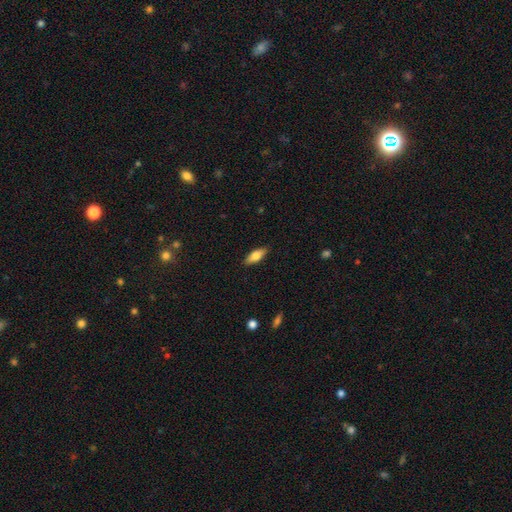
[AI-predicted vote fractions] This appears to be a smooth galaxy with no disk features (71%) that is in between round and cigar-shaped (70%). Merging: none (87%).